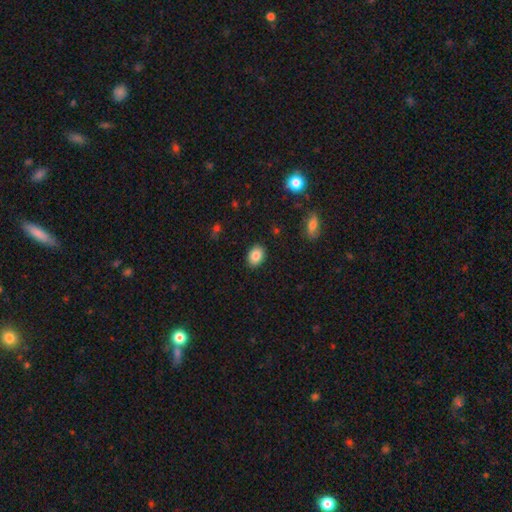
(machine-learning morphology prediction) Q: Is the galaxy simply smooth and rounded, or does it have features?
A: smooth — 85%.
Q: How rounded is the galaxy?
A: in between — 66%.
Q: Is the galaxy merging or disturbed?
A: none — 89%.